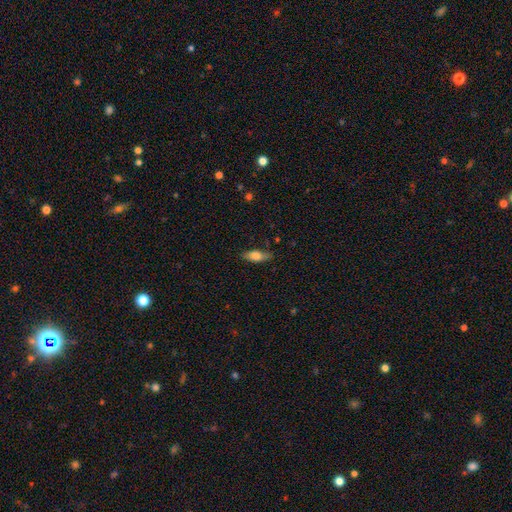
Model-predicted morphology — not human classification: This is likely a smooth galaxy (74%). How rounded: likely in between (69%). Merging: likely none (75%).